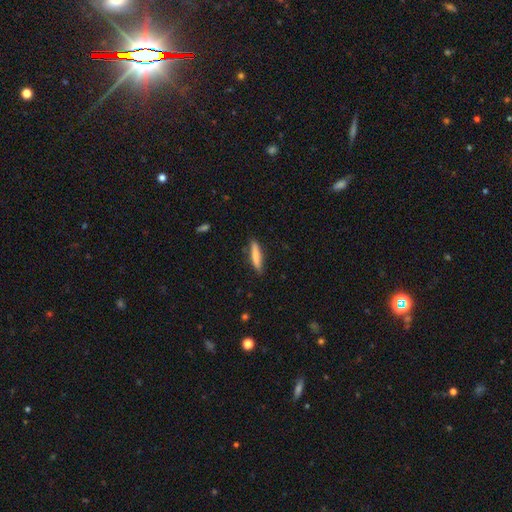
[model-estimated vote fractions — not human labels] Smooth or featured?
  - smooth: 78% *
  - featured or disk: 17%
  - star or artifact: 6%
How rounded?
  - cigar-shaped: 87% *
  - in between: 12%
  - round: 1%
Merging?
  - none: 85% *
  - minor disturbance: 11%
  - major disturbance: 2%
  - merger: 2%